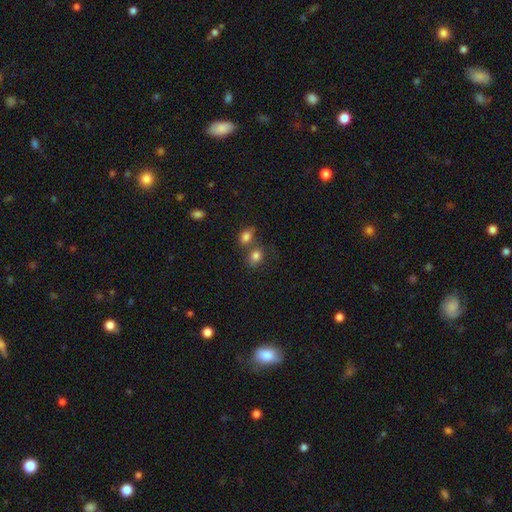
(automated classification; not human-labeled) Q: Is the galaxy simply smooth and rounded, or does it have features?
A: smooth — 81%.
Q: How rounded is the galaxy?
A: round — 50%.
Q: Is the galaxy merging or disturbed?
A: none — 49%.